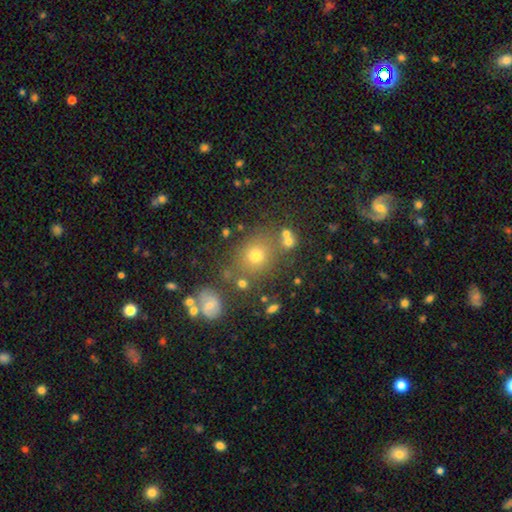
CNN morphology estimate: Overall: smooth (69%). How rounded: round (75%). Merging: none (73%).